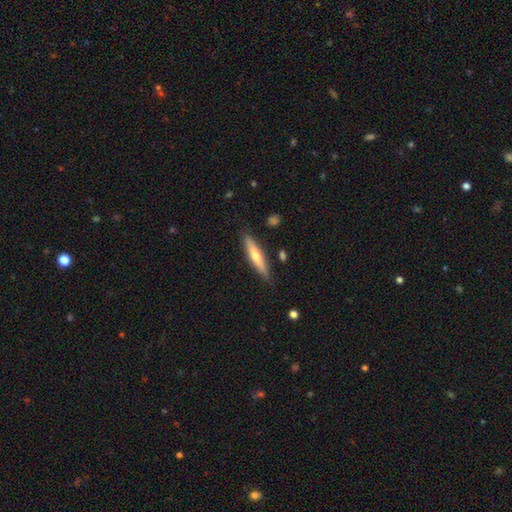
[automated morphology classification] Q: Smooth or featured?
A: smooth (48%); runner-up: featured or disk (46%)
Q: Merging?
A: none (87%); runner-up: minor disturbance (10%)